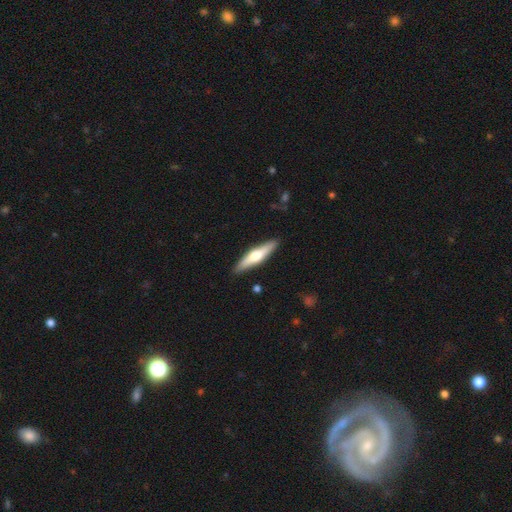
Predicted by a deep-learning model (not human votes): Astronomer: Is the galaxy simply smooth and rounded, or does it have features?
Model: featured or disk — 53% (runner-up: smooth, 43%).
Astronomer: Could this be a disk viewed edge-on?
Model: yes — 94%.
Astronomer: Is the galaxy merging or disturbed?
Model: none — 89%.